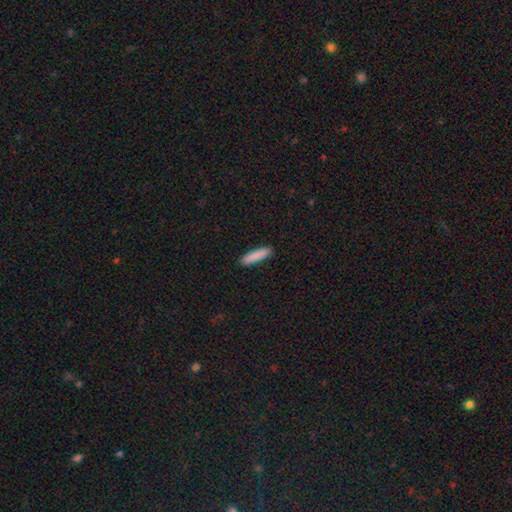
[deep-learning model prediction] The model was most divided on "how rounded": cigar-shaped: 83%, in between: 16%, round: 1%. More confident: merging — none (91%); smooth or featured — smooth (87%).